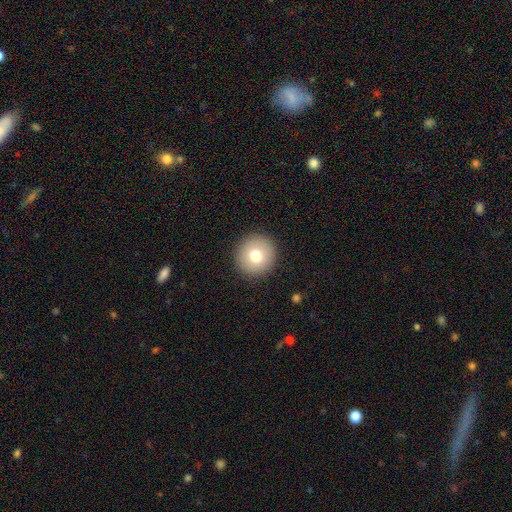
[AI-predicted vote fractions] Q: Smooth or featured?
A: smooth (74%); runner-up: featured or disk (15%)
Q: How rounded?
A: round (95%); runner-up: in between (4%)
Q: Merging?
A: none (92%); runner-up: minor disturbance (5%)